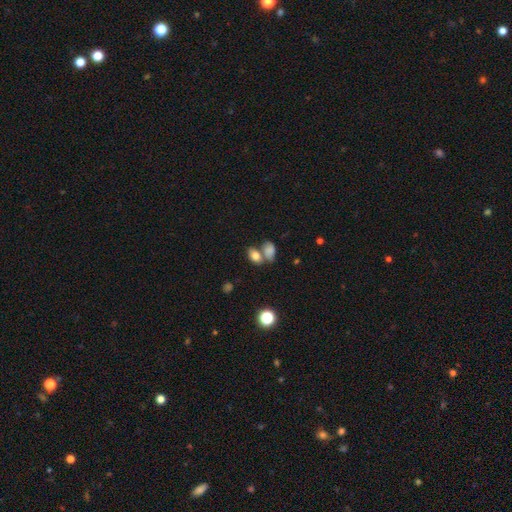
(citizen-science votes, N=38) Smooth or featured? smooth (84%)
How rounded? in between (78%)
Merging? merger (50%)